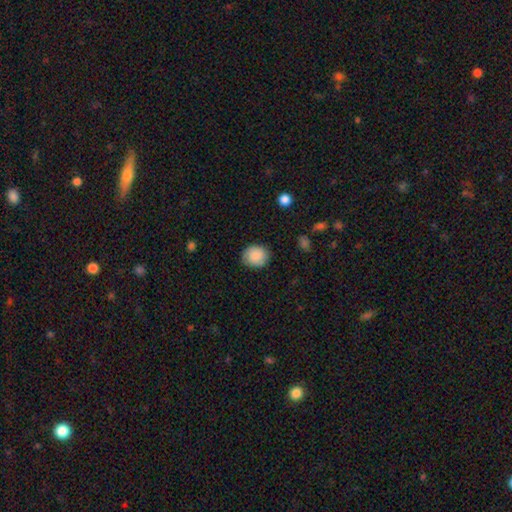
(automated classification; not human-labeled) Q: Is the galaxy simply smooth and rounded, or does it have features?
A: smooth — 85%.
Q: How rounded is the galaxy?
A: round — 74%.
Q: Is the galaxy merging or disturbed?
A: none — 83%.